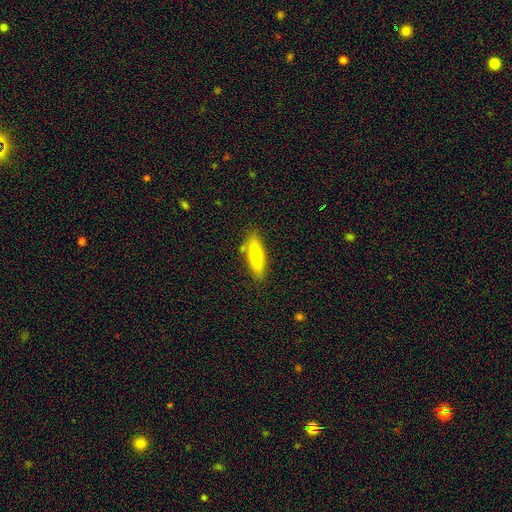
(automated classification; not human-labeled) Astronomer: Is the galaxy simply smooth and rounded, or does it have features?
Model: smooth — 70%.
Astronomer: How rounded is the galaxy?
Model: cigar-shaped — 58% (runner-up: in between, 40%).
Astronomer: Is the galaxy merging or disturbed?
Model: none — 81%.